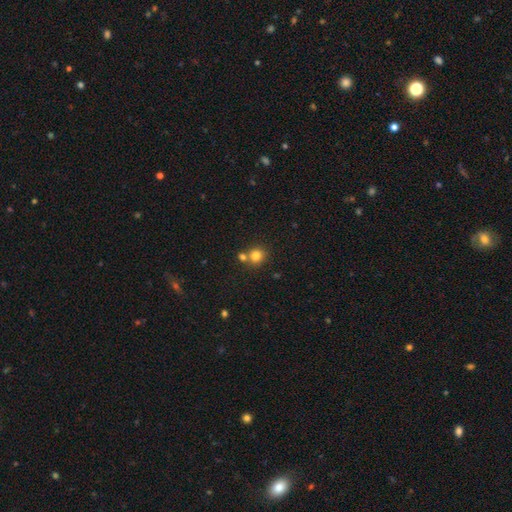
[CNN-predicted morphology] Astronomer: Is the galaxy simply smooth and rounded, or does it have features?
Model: smooth — 80%.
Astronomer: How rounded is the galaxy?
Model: round — 88%.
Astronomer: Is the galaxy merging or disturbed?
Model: none — 64%.